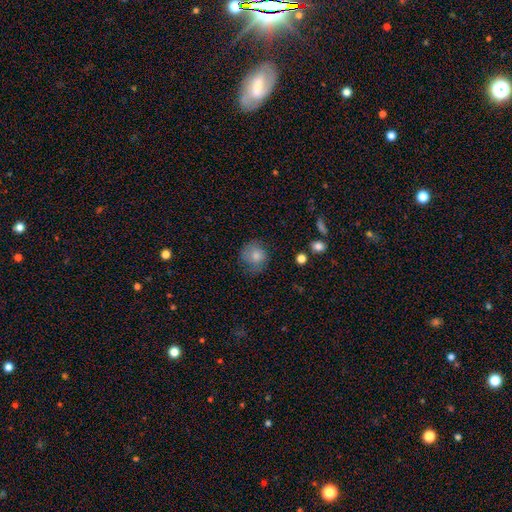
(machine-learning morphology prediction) The model was most divided on "merging": none: 64%, minor disturbance: 25%, major disturbance: 10%, merger: 2%. More confident: how rounded — round (84%); smooth or featured — smooth (79%).